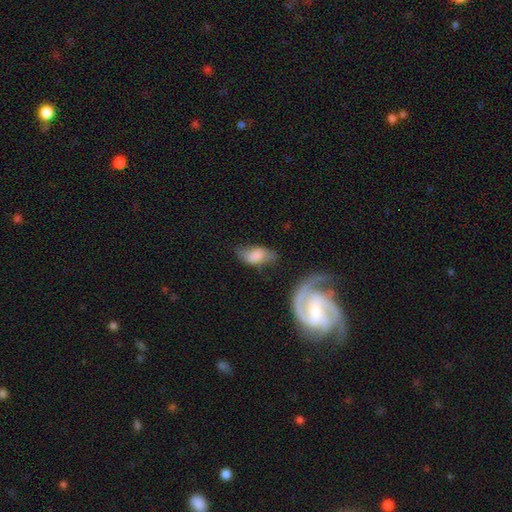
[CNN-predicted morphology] Overall: smooth (69%). How rounded: in between (91%). Merging: none (51%; minor disturbance 30%).